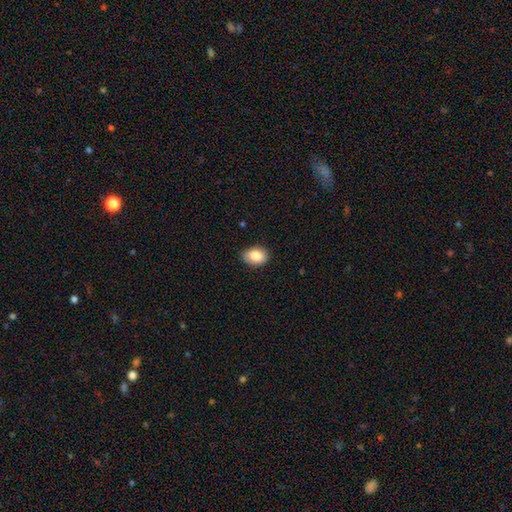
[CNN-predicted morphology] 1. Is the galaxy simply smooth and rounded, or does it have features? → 85% smooth, 8% star or artifact, 7% featured or disk.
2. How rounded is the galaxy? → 79% in between, 20% round, 1% cigar-shaped.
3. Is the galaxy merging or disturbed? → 85% none, 12% minor disturbance, 2% major disturbance, 1% merger.